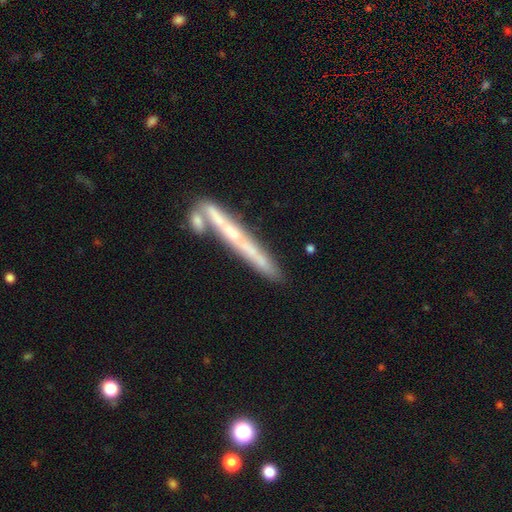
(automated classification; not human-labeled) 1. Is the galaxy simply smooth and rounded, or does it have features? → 55% featured or disk, 38% smooth, 7% star or artifact.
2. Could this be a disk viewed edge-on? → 88% yes, 12% no.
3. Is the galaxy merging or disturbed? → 56% none, 26% merger, 14% minor disturbance, 5% major disturbance.